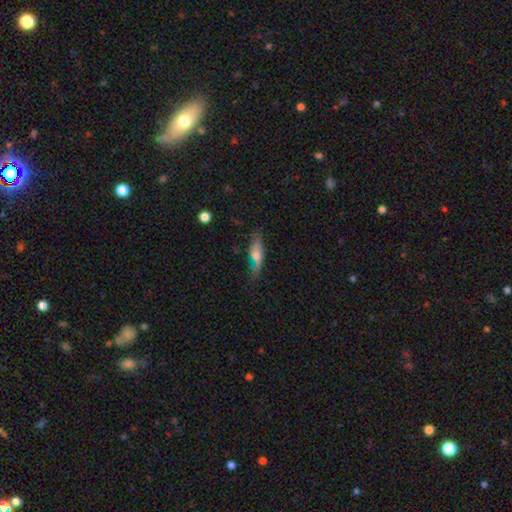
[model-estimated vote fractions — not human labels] A smooth galaxy with no disk features (52%) that is cigar-shaped (62%).

Vote fractions:
- Smooth or featured? smooth: 52% / featured or disk: 40% / star or artifact: 8%
- How rounded? cigar-shaped: 62% / in between: 34% / round: 3%
- Merging? none: 67% / minor disturbance: 22% / major disturbance: 7% / merger: 3%